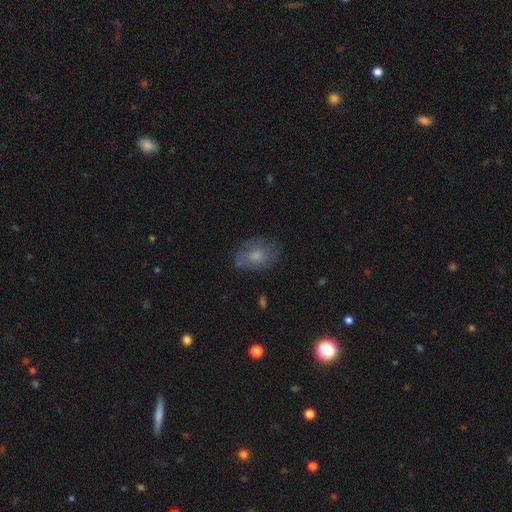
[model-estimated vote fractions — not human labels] Smooth or featured: smooth — 67% (featured or disk — 23%)
How rounded: in between — 76% (round — 22%)
Merging: none — 72% (minor disturbance — 20%)